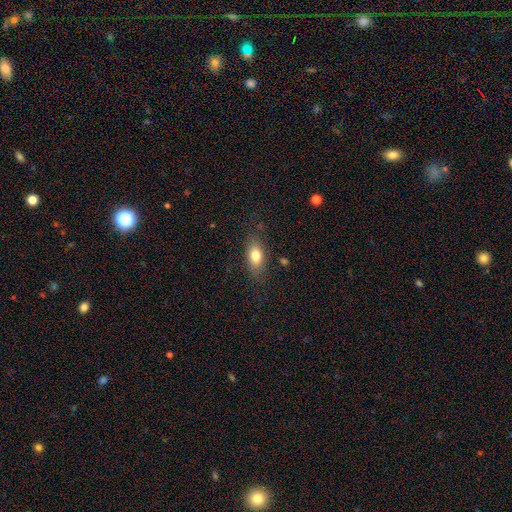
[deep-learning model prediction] Smooth or featured?
  - smooth: 77% *
  - featured or disk: 15%
  - star or artifact: 8%
How rounded?
  - in between: 81% *
  - cigar-shaped: 10%
  - round: 9%
Merging?
  - none: 78% *
  - minor disturbance: 15%
  - major disturbance: 5%
  - merger: 2%